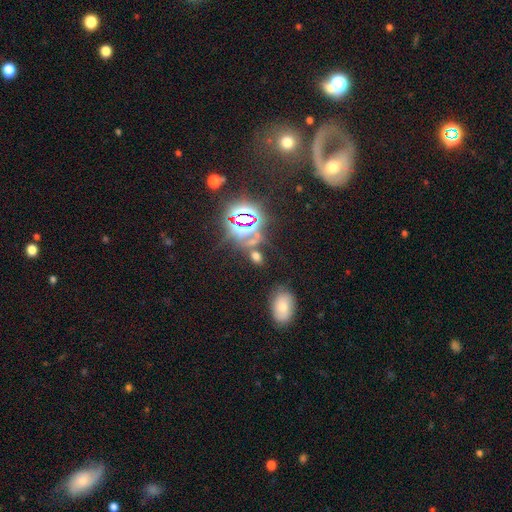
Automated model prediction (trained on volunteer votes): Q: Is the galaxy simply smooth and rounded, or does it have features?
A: smooth — 47%.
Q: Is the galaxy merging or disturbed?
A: none — 62%.